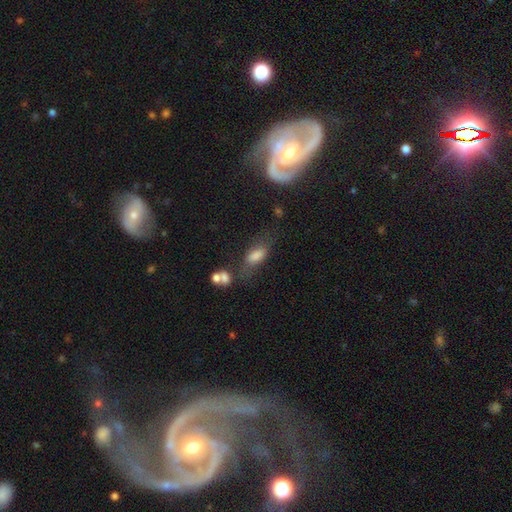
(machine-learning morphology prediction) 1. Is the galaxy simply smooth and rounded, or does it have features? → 59% smooth, 26% featured or disk, 14% star or artifact.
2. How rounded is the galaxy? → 76% in between, 17% cigar-shaped, 7% round.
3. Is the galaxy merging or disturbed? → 49% none, 22% minor disturbance, 18% major disturbance, 12% merger.